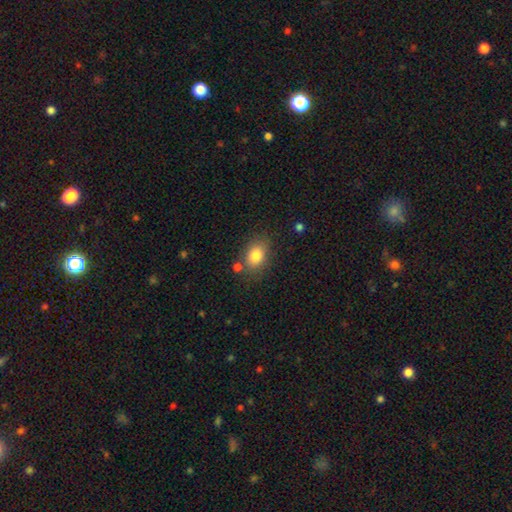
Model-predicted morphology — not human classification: Q: Smooth or featured?
A: smooth (82%); runner-up: star or artifact (9%)
Q: How rounded?
A: in between (77%); runner-up: round (21%)
Q: Merging?
A: none (73%); runner-up: minor disturbance (14%)